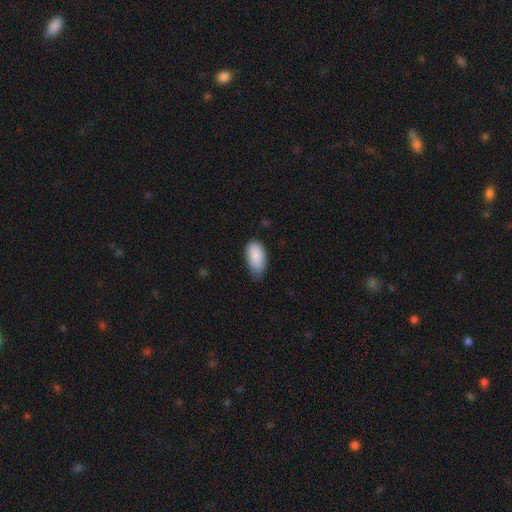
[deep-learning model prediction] Smooth or featured?
  - smooth: 88% *
  - star or artifact: 6%
  - featured or disk: 5%
How rounded?
  - in between: 95% *
  - round: 3%
  - cigar-shaped: 3%
Merging?
  - none: 57% *
  - minor disturbance: 36%
  - major disturbance: 5%
  - merger: 1%